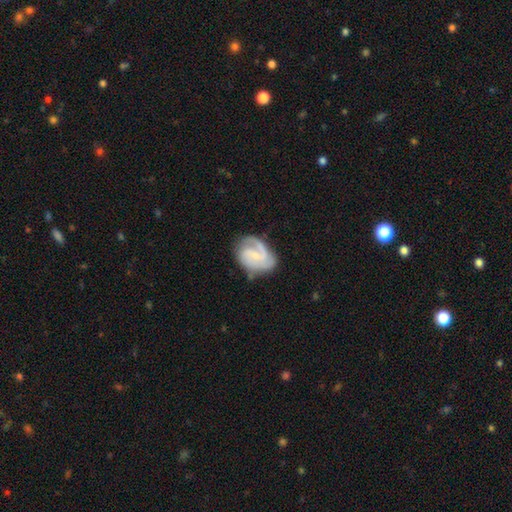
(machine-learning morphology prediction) type=featured or disk (80%); edge-on=no (98%); bar=weak (47%); spiral arms=yes (95%); winding=medium (47%); arm count=2 (53%); bulge=small (61%); merging=none (62%).